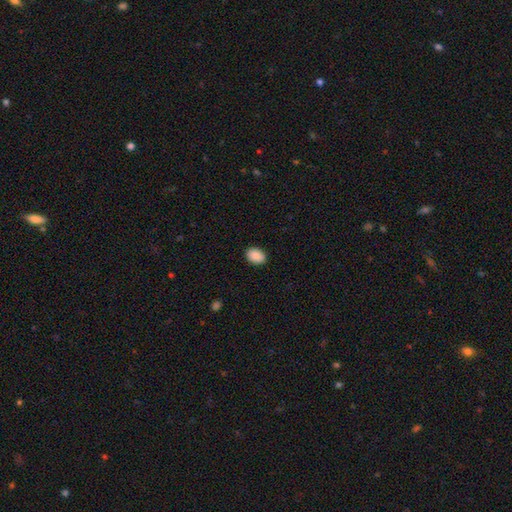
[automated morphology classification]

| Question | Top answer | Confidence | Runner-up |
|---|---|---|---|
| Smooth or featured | smooth | 91% | star or artifact (7%) |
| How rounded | in between | 84% | round (15%) |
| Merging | none | 90% | minor disturbance (7%) |